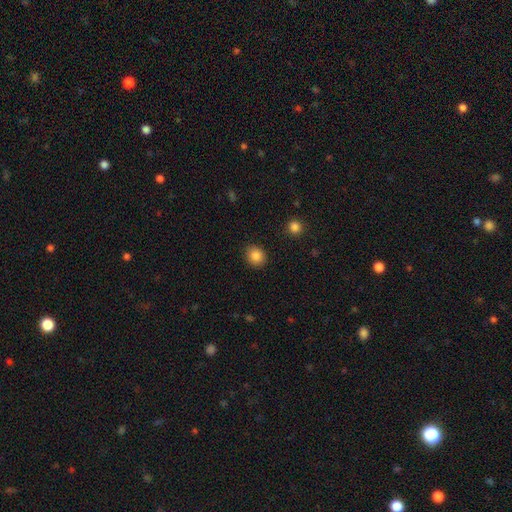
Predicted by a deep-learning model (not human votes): Q: Smooth or featured?
A: smooth (85%); runner-up: star or artifact (9%)
Q: How rounded?
A: round (76%); runner-up: in between (23%)
Q: Merging?
A: none (90%); runner-up: minor disturbance (7%)